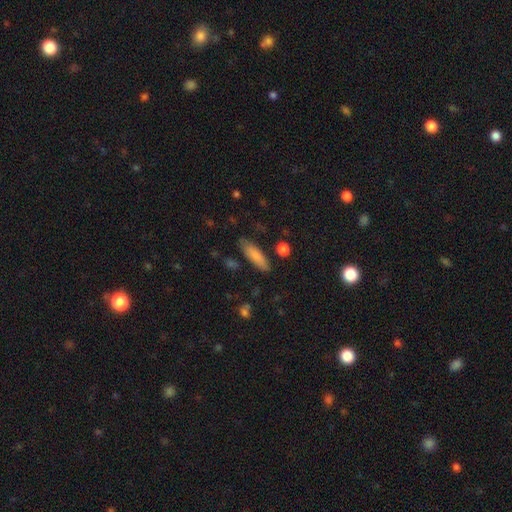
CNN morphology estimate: smooth-or-featured: smooth: 81% | featured or disk: 12% | star or artifact: 6%
  how-rounded: cigar-shaped: 58% | in between: 40% | round: 2%
  merging: none: 82% | minor disturbance: 12% | major disturbance: 3% | merger: 3%